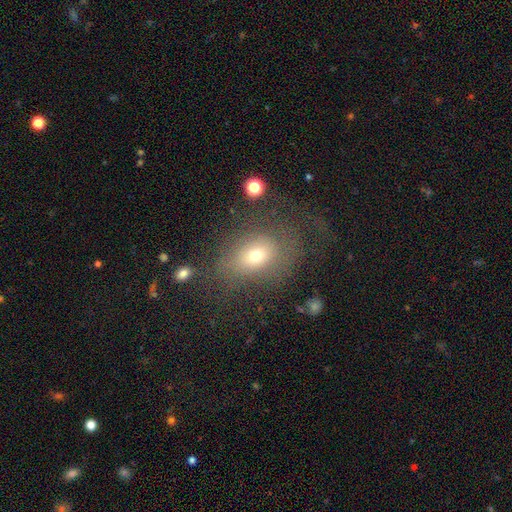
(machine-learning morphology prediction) Smooth or featured? smooth (47%)
Merging? none (64%)